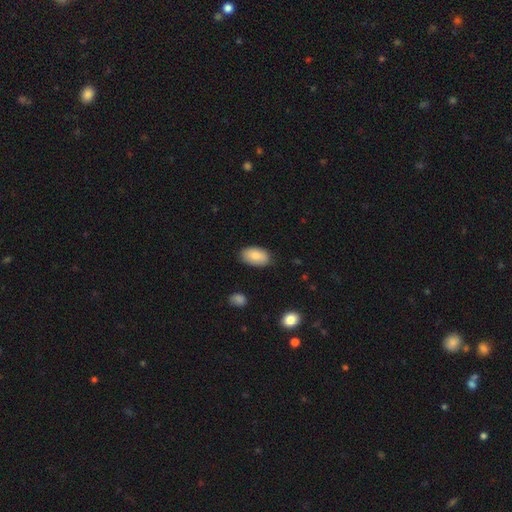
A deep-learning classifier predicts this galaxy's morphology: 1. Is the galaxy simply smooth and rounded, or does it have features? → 84% smooth, 9% featured or disk, 6% star or artifact.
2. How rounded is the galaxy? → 94% in between, 5% round, 1% cigar-shaped.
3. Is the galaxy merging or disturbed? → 84% none, 13% minor disturbance, 2% major disturbance, 1% merger.